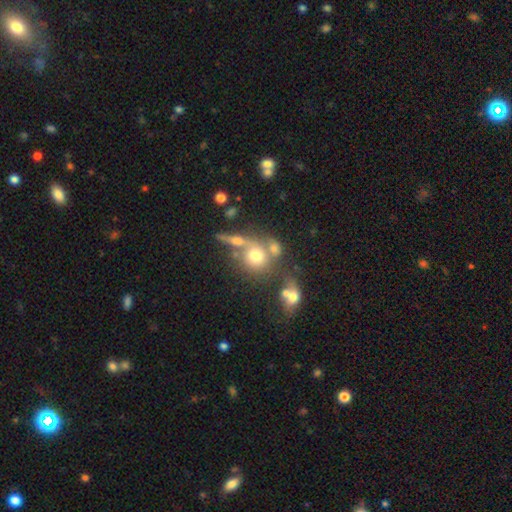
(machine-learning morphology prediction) smooth 62%, featured or disk 24%, star or artifact 14%. Down the decision tree: how rounded — round (78%); merging — none (43%).